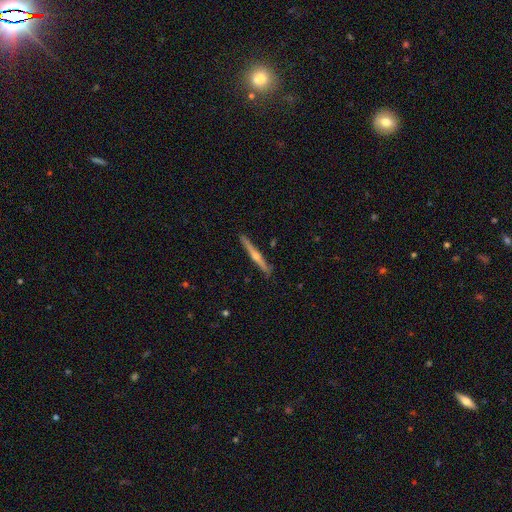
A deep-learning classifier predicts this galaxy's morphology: Smooth or featured? Predicted: featured or disk (p=0.72). Edge-on disk? Predicted: yes (p=0.98). Edge-on bulge? Predicted: rounded (p=0.83). Merging? Predicted: none (p=0.90).